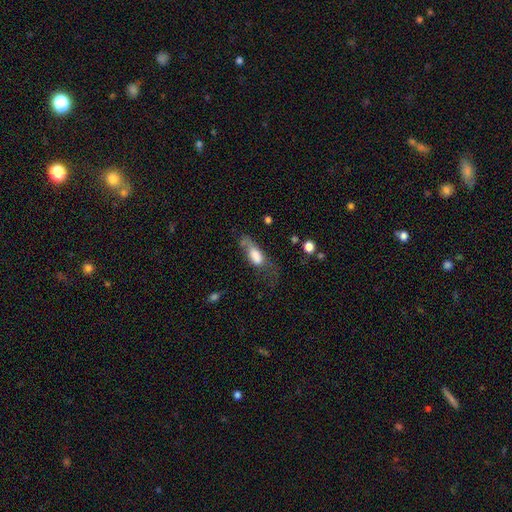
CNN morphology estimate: The model was most divided on "merging": major disturbance: 41%, minor disturbance: 27%, none: 25%, merger: 7%. More confident: how rounded — in between (75%); smooth or featured — smooth (70%).